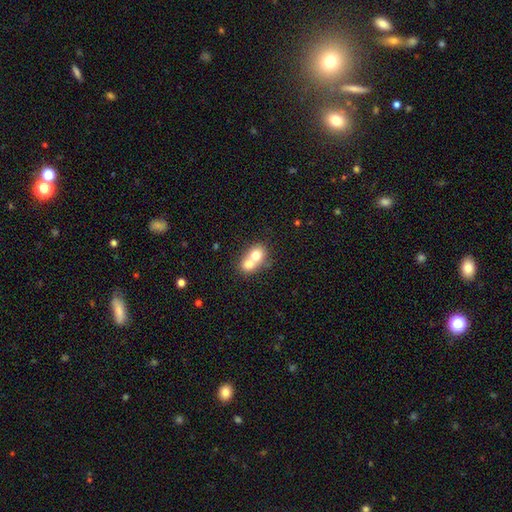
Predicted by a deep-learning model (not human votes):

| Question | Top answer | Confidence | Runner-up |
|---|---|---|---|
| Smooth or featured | smooth | 70% | featured or disk (22%) |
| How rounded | round | 61% | in between (38%) |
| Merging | merger | 75% | none (18%) |